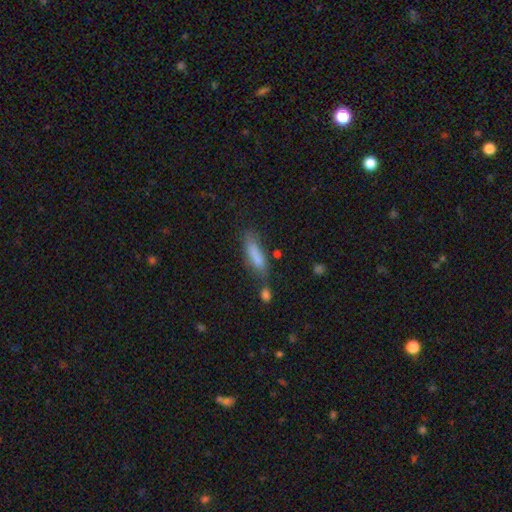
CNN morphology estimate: Smooth or featured? smooth (81%)
How rounded? cigar-shaped (61%)
Merging? none (59%)